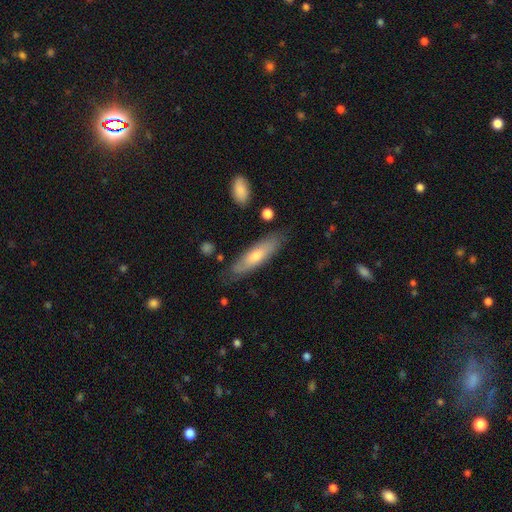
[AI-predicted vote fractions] Morphology: type=smooth (59%); roundness=cigar-shaped (63%); merging=none (77%).